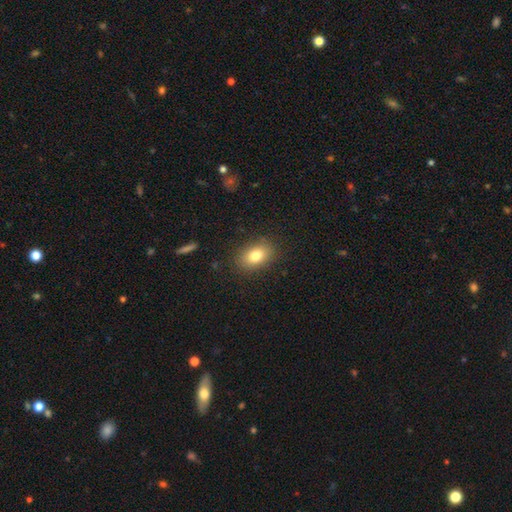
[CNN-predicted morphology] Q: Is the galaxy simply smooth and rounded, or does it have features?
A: smooth — 80%.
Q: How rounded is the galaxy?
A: in between — 82%.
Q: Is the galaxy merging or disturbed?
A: none — 86%.